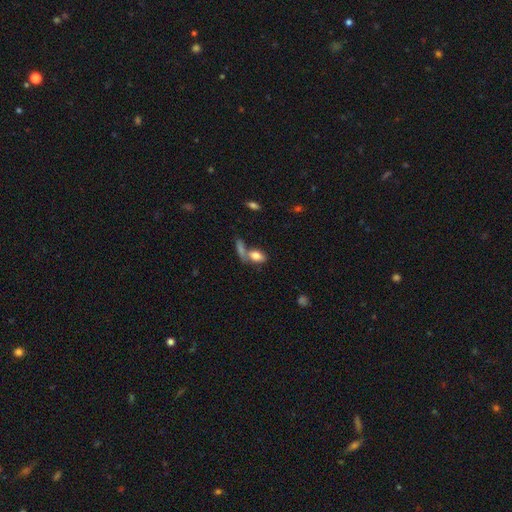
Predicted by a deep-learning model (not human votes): A smooth galaxy with no disk features (80%) that is in between round and cigar-shaped (88%).

Vote fractions:
- Smooth or featured? smooth: 80% / featured or disk: 12% / star or artifact: 8%
- How rounded? in between: 88% / round: 6% / cigar-shaped: 6%
- Merging? none: 44% / merger: 40% / minor disturbance: 11% / major disturbance: 5%